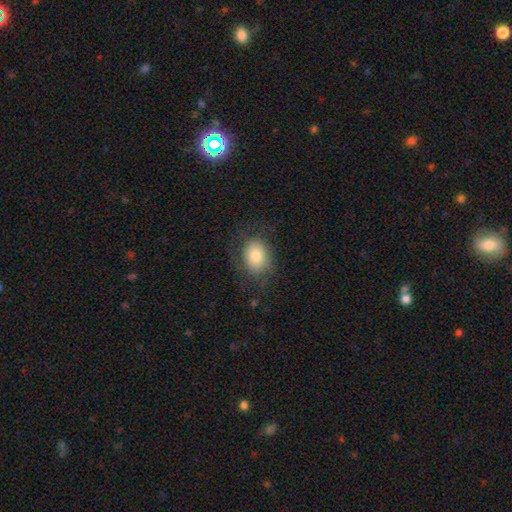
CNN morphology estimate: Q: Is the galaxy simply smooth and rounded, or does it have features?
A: smooth — 78%.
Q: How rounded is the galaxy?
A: in between — 60%.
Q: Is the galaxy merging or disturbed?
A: none — 73%.